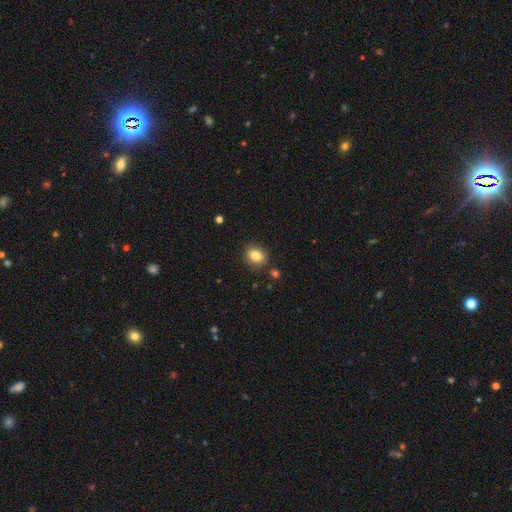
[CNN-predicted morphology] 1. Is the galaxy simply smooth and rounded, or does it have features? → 83% smooth, 10% star or artifact, 7% featured or disk.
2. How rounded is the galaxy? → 54% round, 45% in between, 1% cigar-shaped.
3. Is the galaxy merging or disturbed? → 85% none, 10% minor disturbance, 3% merger, 2% major disturbance.